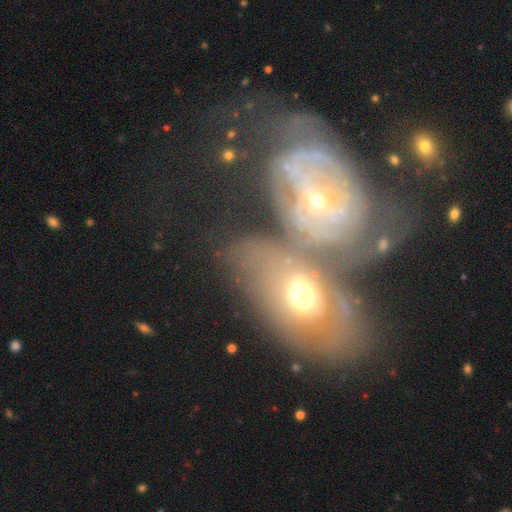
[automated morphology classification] Smooth or featured: featured or disk — 63% (smooth — 27%)
Edge-on disk: no — 92% (yes — 8%)
Bar: no — 72% (weak — 20%)
Spiral arms: yes — 58% (no — 42%)
Bulge size: small — 46% (moderate — 43%)
Merging: merger — 57% (none — 23%)